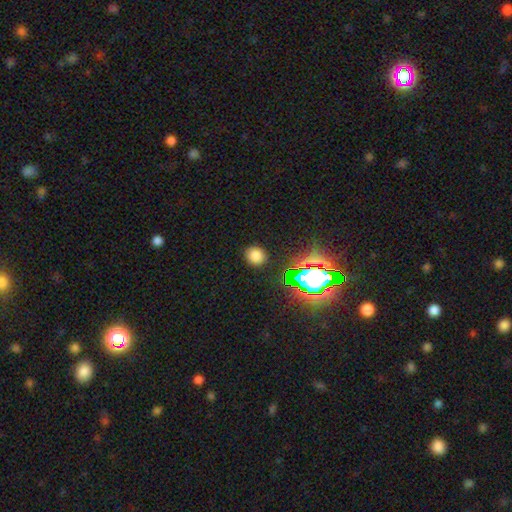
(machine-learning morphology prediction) smooth 75%, star or artifact 19%, featured or disk 6%. Down the decision tree: how rounded — round (81%); merging — none (89%).